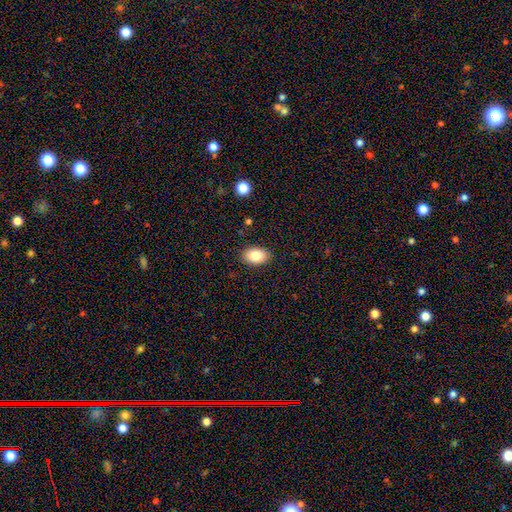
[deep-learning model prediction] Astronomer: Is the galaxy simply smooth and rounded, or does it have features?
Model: smooth — 83%.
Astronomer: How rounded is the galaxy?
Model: in between — 89%.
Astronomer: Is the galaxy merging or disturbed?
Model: none — 88%.